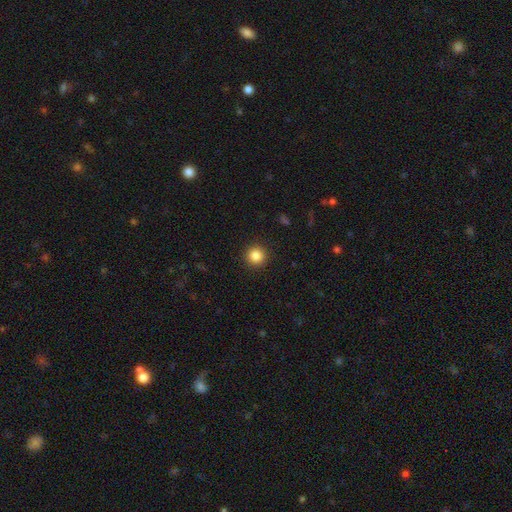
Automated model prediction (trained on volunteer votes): The model was most divided on "smooth or featured": smooth: 85%, star or artifact: 11%, featured or disk: 4%. More confident: how rounded — round (95%); merging — none (92%).